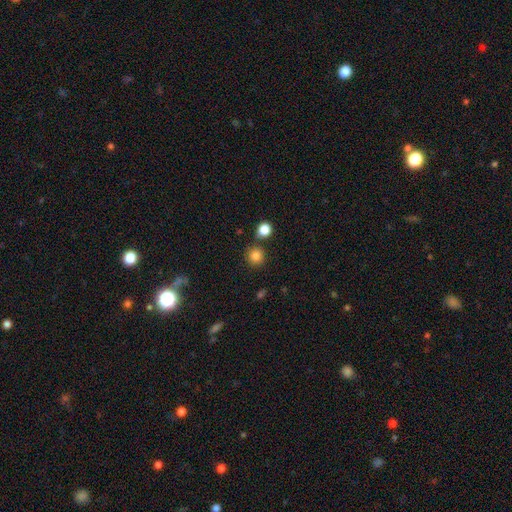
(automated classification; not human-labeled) Overall: smooth (84%). How rounded: round (93%). Merging: none (81%).